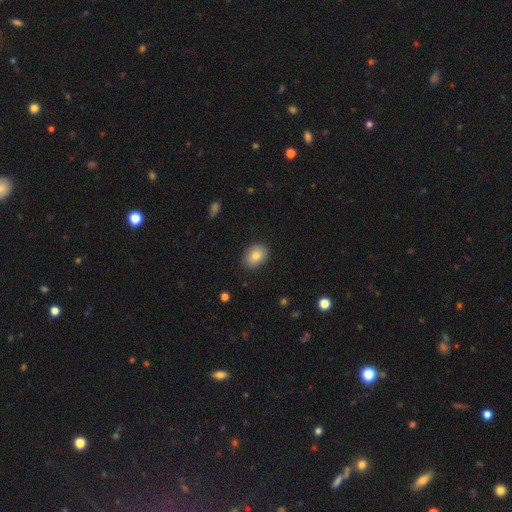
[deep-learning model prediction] The model was most divided on "how rounded": in between: 69%, round: 30%, cigar-shaped: 1%. More confident: merging — none (86%); smooth or featured — smooth (81%).